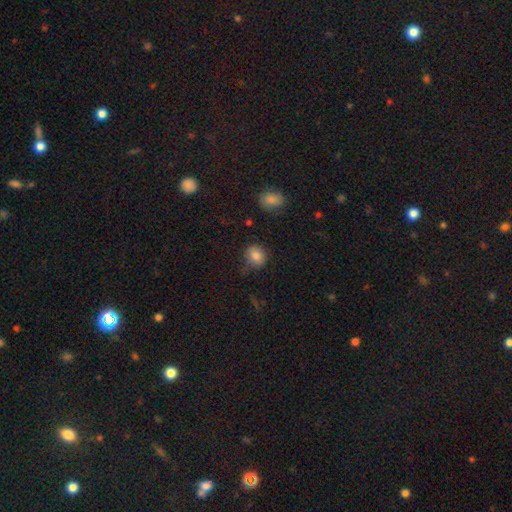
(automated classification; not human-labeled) smooth-or-featured: smooth: 82% | star or artifact: 11% | featured or disk: 8%
  how-rounded: round: 77% | in between: 22% | cigar-shaped: 1%
  merging: none: 67% | minor disturbance: 24% | major disturbance: 6% | merger: 3%